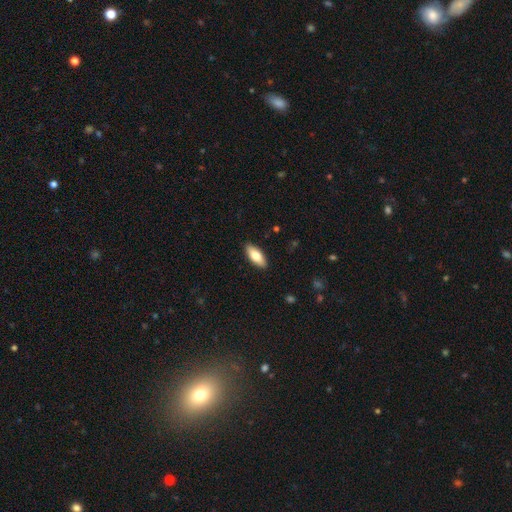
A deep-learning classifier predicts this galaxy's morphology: A smooth galaxy with no disk features (78%) that is in between round and cigar-shaped (79%).

Vote fractions:
- Smooth or featured? smooth: 78% / featured or disk: 16% / star or artifact: 6%
- How rounded? in between: 79% / cigar-shaped: 19% / round: 2%
- Merging? none: 89% / minor disturbance: 8% / major disturbance: 2% / merger: 1%